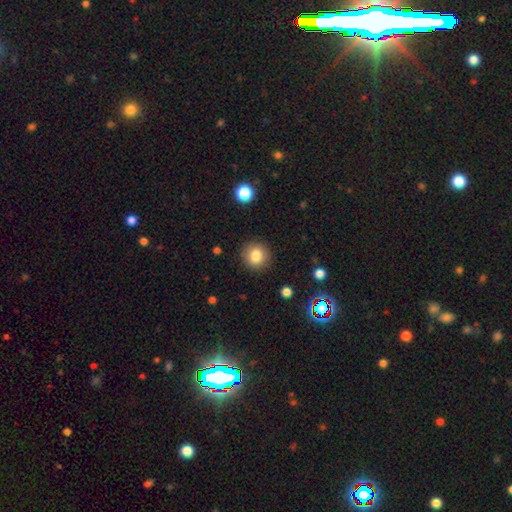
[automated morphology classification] Smooth or featured: smooth — 82% (star or artifact — 11%)
How rounded: round — 92% (in between — 7%)
Merging: none — 90% (minor disturbance — 7%)